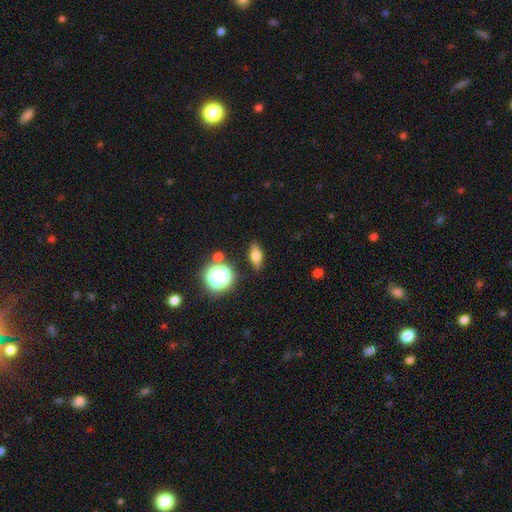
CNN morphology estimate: Q: Smooth or featured?
A: smooth (59%); runner-up: featured or disk (27%)
Q: How rounded?
A: in between (65%); runner-up: cigar-shaped (19%)
Q: Merging?
A: none (84%); runner-up: minor disturbance (10%)